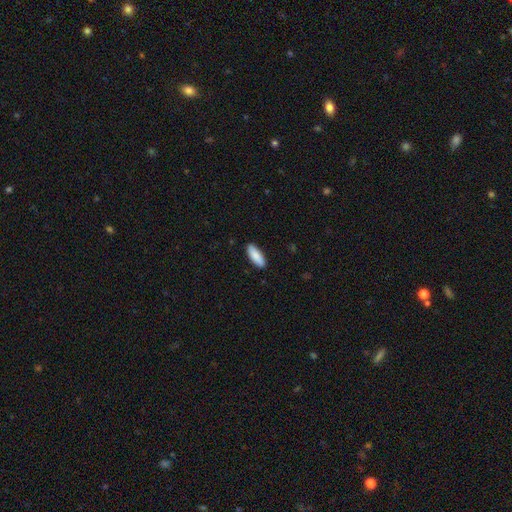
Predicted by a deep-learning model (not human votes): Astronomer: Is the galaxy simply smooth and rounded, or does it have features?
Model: smooth — 88%.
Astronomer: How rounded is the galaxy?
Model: in between — 66%.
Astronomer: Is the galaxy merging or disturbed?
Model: none — 90%.